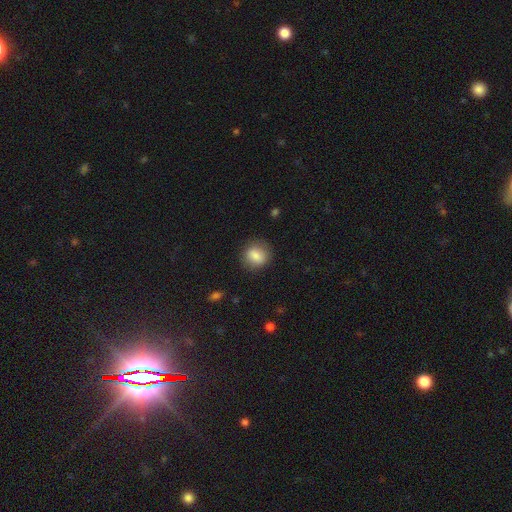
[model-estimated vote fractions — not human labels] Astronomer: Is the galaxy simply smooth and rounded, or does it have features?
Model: smooth — 84%.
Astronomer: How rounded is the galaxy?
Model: round — 76%.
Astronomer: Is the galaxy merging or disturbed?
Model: none — 83%.